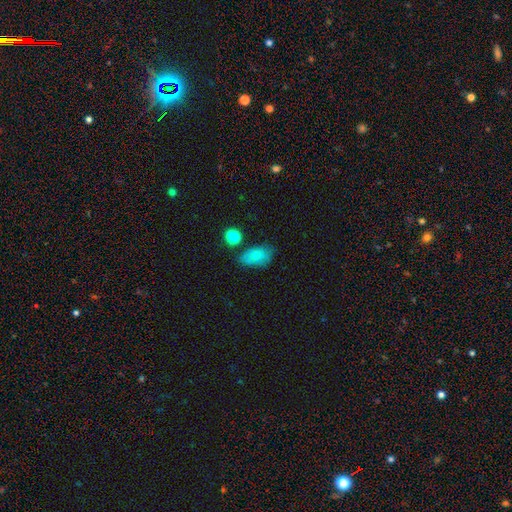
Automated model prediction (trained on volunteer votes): A smooth galaxy with no disk features (81%) that is in between round and cigar-shaped (90%).

Vote fractions:
- Smooth or featured? smooth: 81% / star or artifact: 10% / featured or disk: 9%
- How rounded? in between: 90% / round: 8% / cigar-shaped: 2%
- Merging? none: 59% / minor disturbance: 27% / major disturbance: 9% / merger: 6%